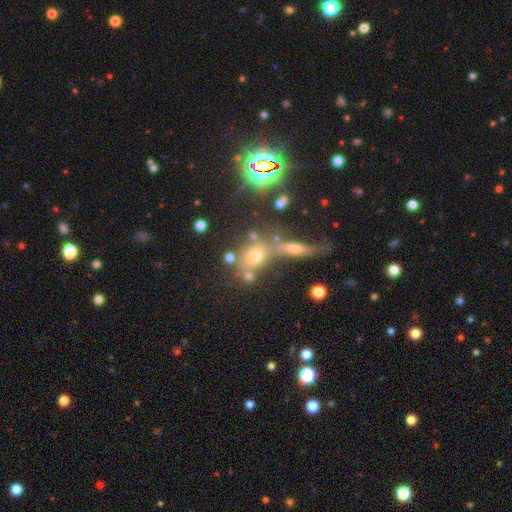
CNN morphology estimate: Q: Smooth or featured?
A: star or artifact (42%); runner-up: smooth (37%)